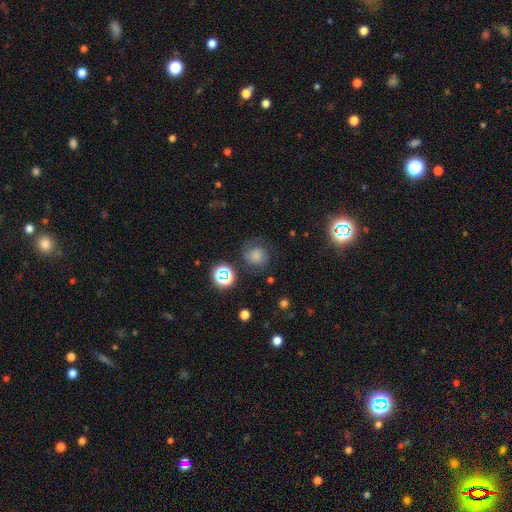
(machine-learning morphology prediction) This appears to be a smooth galaxy with no disk features (54%) that is round (85%). Merging: none (64%).